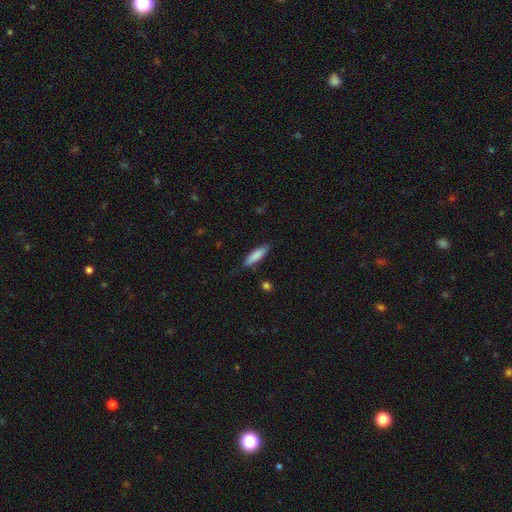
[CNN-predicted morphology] This appears to be a smooth galaxy with no disk features (82%) that is cigar-shaped (70%). Merging: none (80%).